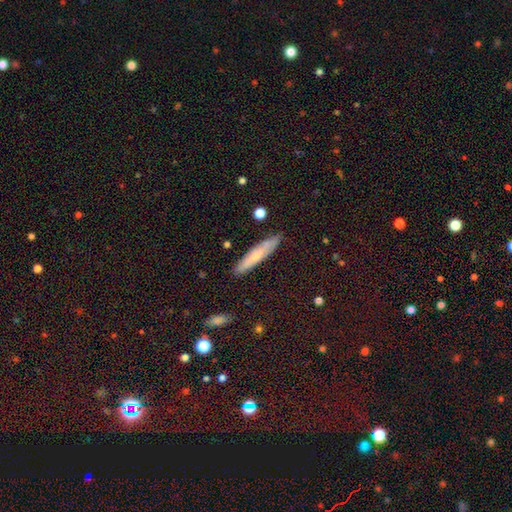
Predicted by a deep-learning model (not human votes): A smooth galaxy with no disk features (64%) that is cigar-shaped (89%). Merging: none (86%).